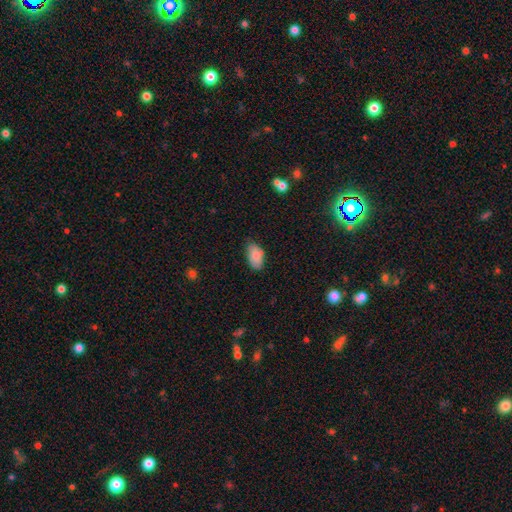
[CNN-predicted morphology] This appears to be a smooth galaxy with no disk features (85%) that is in between round and cigar-shaped (93%). Merging: none (70%).